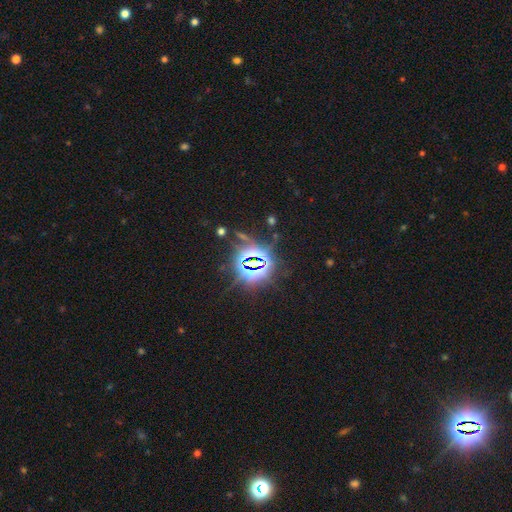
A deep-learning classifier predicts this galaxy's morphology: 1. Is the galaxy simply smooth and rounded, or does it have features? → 85% star or artifact, 9% smooth, 6% featured or disk.